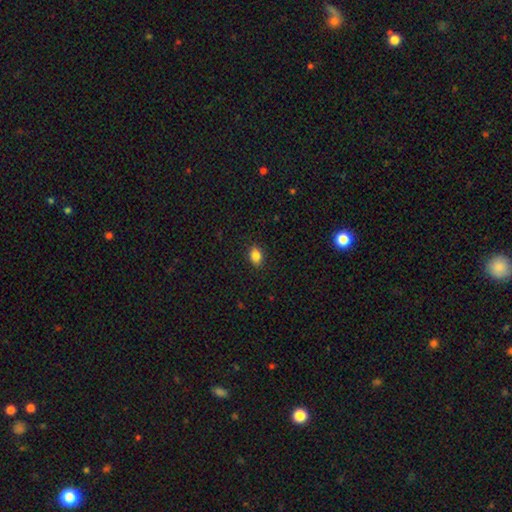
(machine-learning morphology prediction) A smooth galaxy with no disk features (86%) that is in between round and cigar-shaped (74%).

Vote fractions:
- Smooth or featured? smooth: 86% / star or artifact: 10% / featured or disk: 5%
- How rounded? in between: 74% / round: 24% / cigar-shaped: 1%
- Merging? none: 88% / minor disturbance: 9% / major disturbance: 2% / merger: 1%